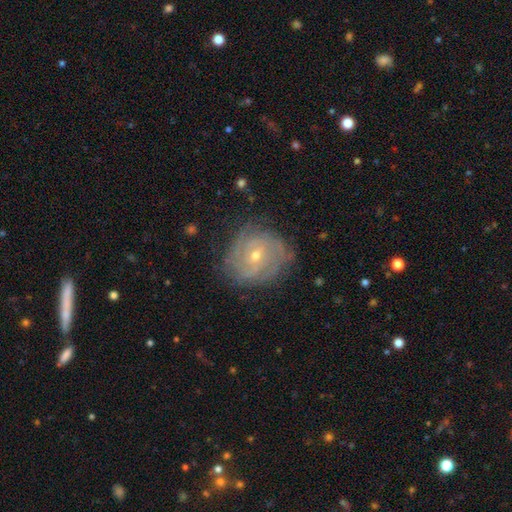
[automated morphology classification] smooth_or_featured: featured or disk (p=0.83) [alt: smooth p=0.11]
disk_edge_on: no (p=0.97) [alt: yes p=0.03]
bar: no (p=0.50) [alt: weak p=0.41]
has_spiral_arms: yes (p=0.94) [alt: no p=0.06]
spiral_winding: tight (p=0.72) [alt: medium p=0.23]
spiral_arm_count: can't tell (p=0.34) [alt: 2 p=0.22]
bulge_size: small (p=0.59) [alt: moderate p=0.38]
merging: none (p=0.75) [alt: minor disturbance p=0.18]